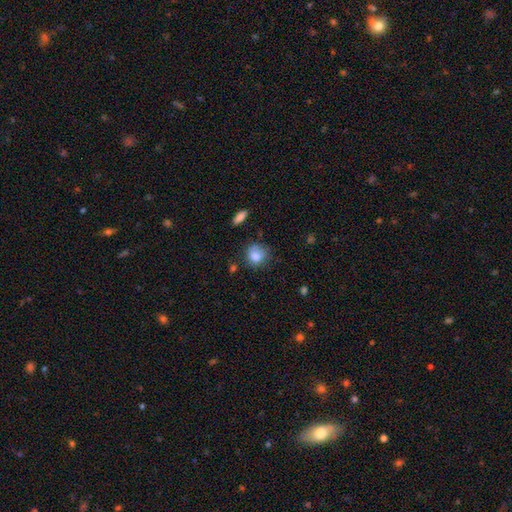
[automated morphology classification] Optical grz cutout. It shows a smooth galaxy with no disk features (83%) that is round (76%). Merging: none (60%).